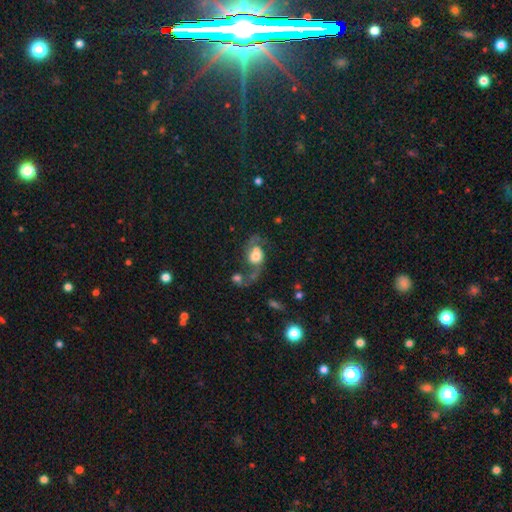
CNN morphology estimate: Smooth or featured?
  - featured or disk: 67% *
  - smooth: 24%
  - star or artifact: 10%
Edge-on disk?
  - no: 96% *
  - yes: 4%
Bar?
  - no: 71% *
  - weak: 23%
  - strong: 6%
Spiral arms?
  - yes: 87% *
  - no: 13%
Spiral winding?
  - loose: 72% *
  - medium: 23%
  - tight: 5%
Spiral arm count?
  - 2: 88% *
  - 1: 7%
  - can't tell: 3%
  - 3: 1%
  - 4: 1%
  - more than 4: 1%
Bulge size?
  - large: 38% *
  - moderate: 37%
  - small: 12%
  - dominant: 9%
  - none: 4%
Merging?
  - none: 38% *
  - merger: 27%
  - major disturbance: 20%
  - minor disturbance: 15%